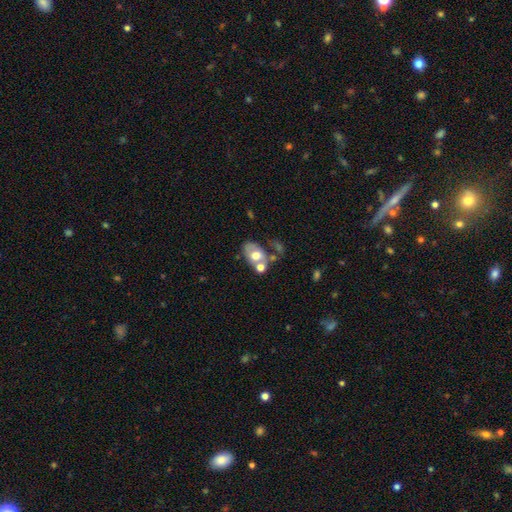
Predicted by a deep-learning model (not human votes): A smooth galaxy with no disk features (54%) that is in between round and cigar-shaped (80%). Merging: merger (36%).